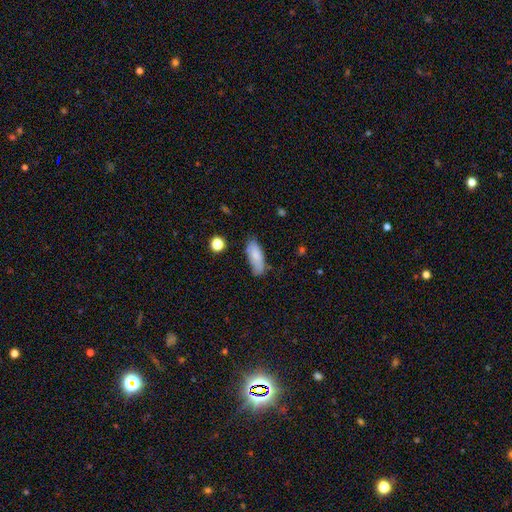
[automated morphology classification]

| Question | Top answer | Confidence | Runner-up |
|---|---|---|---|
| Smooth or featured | smooth | 83% | featured or disk (10%) |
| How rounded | in between | 67% | cigar-shaped (31%) |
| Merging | none | 70% | minor disturbance (22%) |